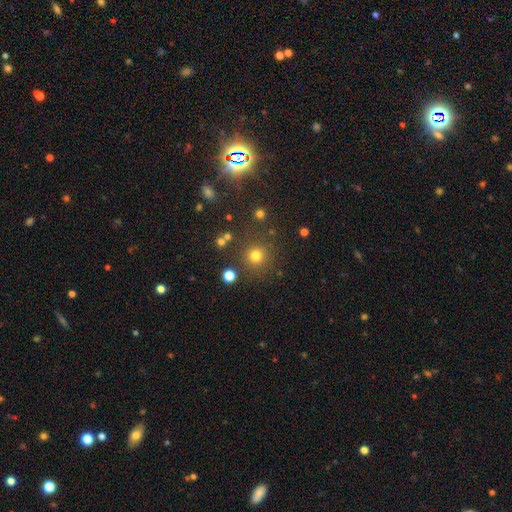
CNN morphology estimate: smooth_or_featured: smooth (p=0.77) [alt: star or artifact p=0.17]
how_rounded: round (p=0.94) [alt: in between p=0.05]
merging: none (p=0.84) [alt: minor disturbance p=0.08]